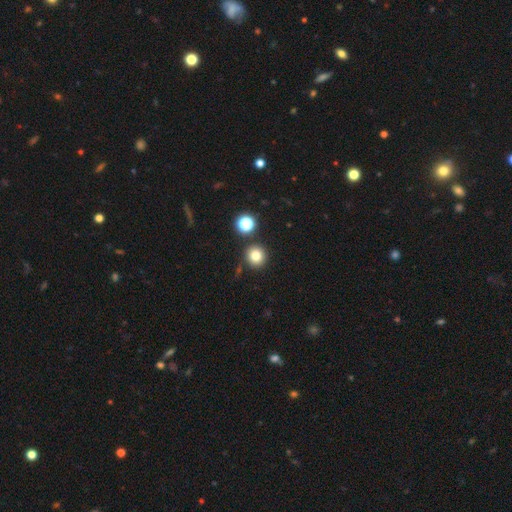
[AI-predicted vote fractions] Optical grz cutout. It shows a smooth galaxy with no disk features (79%) that is round (94%). Merging: none (84%).